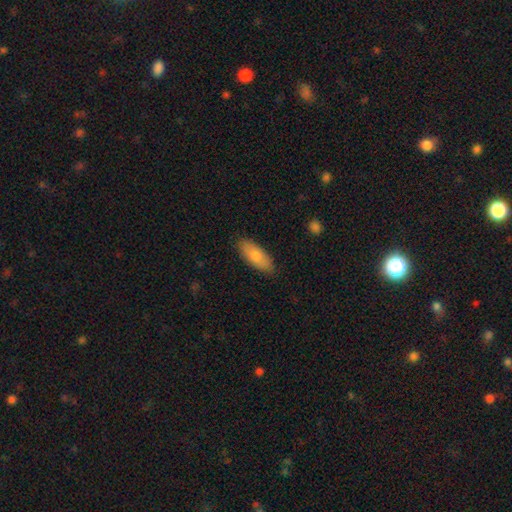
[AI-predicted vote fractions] Smooth or featured? Predicted: smooth (p=0.80). How rounded? Predicted: in between (p=0.81). Merging? Predicted: none (p=0.84).